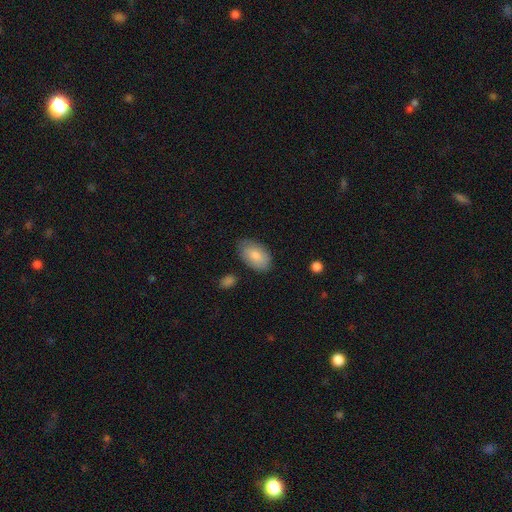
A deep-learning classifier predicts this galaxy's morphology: smooth-or-featured: smooth: 82% | featured or disk: 12% | star or artifact: 6%
  how-rounded: in between: 94% | round: 5% | cigar-shaped: 1%
  merging: none: 80% | minor disturbance: 15% | major disturbance: 3% | merger: 2%